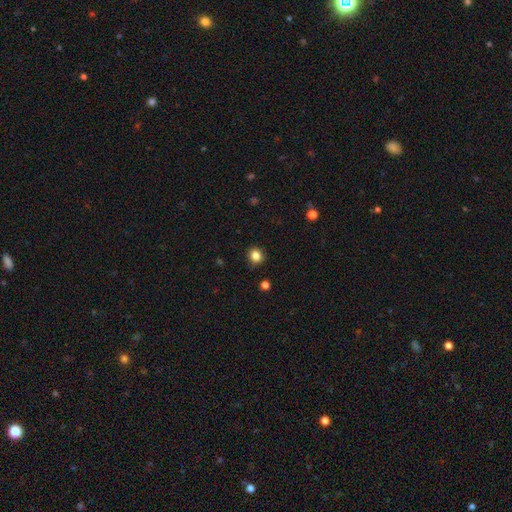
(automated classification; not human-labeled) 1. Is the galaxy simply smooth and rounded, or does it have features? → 84% smooth, 12% star or artifact, 5% featured or disk.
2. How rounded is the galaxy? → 79% round, 20% in between, 1% cigar-shaped.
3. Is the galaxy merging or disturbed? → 88% none, 8% minor disturbance, 2% major disturbance, 1% merger.